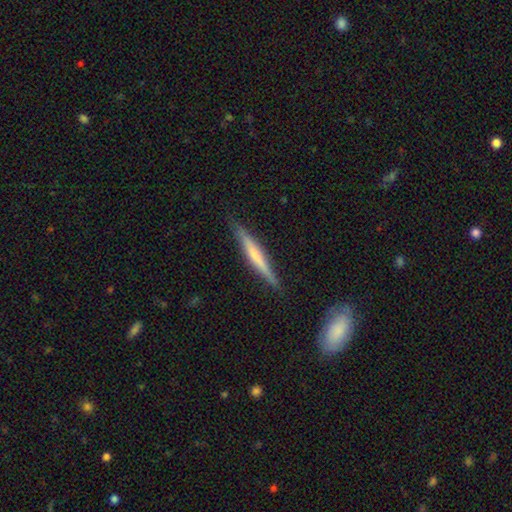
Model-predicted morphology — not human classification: Overall: featured or disk (51%; smooth 43%). Edge-on disk: yes (96%). Merging: none (87%).